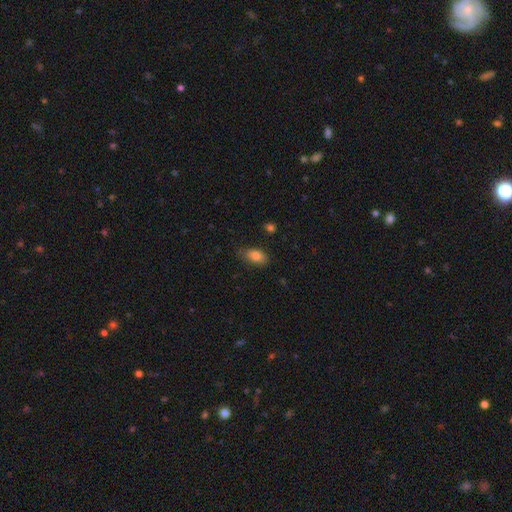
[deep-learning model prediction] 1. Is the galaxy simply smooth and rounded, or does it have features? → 85% smooth, 8% star or artifact, 7% featured or disk.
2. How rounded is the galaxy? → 89% in between, 6% round, 5% cigar-shaped.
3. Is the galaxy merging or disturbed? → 76% none, 18% minor disturbance, 4% major disturbance, 1% merger.